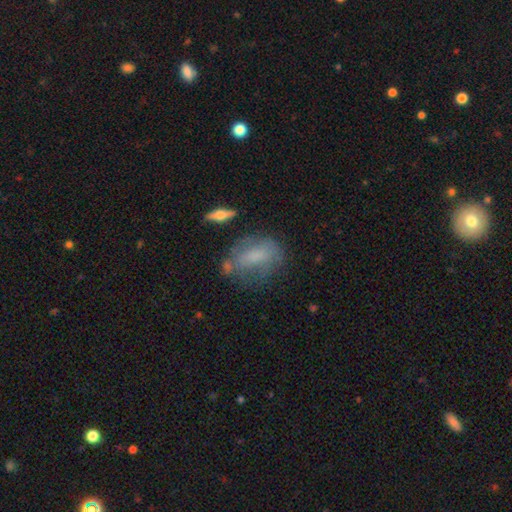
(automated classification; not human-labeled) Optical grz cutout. It shows a smooth galaxy with no disk features (58%) that is in between round and cigar-shaped (78%). Merging: none (50%).